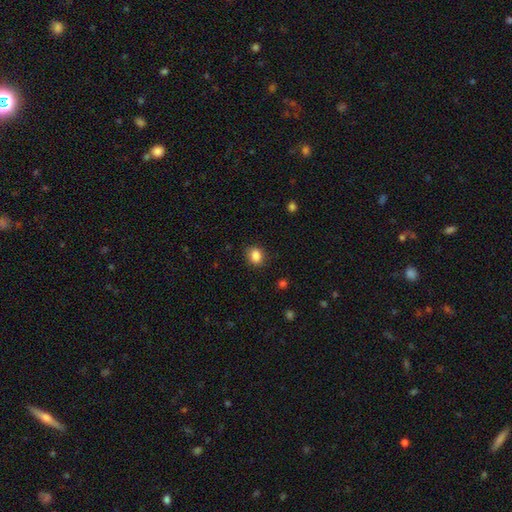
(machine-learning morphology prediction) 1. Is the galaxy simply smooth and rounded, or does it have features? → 86% smooth, 10% star or artifact, 4% featured or disk.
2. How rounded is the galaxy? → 51% round, 48% in between, 1% cigar-shaped.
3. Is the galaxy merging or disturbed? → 85% none, 11% minor disturbance, 3% major disturbance, 1% merger.